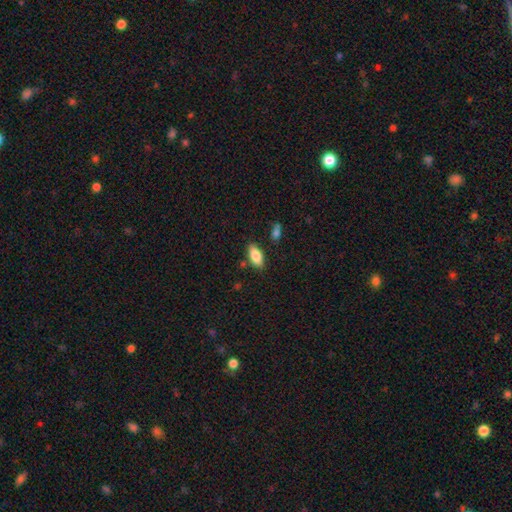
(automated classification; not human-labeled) Smooth or featured?
  - smooth: 83% *
  - featured or disk: 10%
  - star or artifact: 7%
How rounded?
  - in between: 89% *
  - cigar-shaped: 8%
  - round: 3%
Merging?
  - none: 81% *
  - minor disturbance: 13%
  - merger: 4%
  - major disturbance: 3%